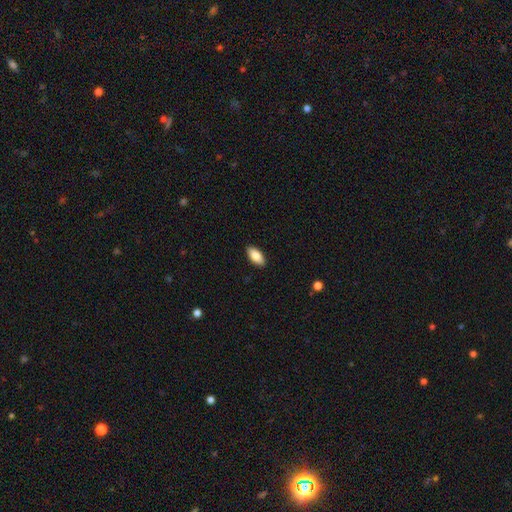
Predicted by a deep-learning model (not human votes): Smooth or featured: smooth — 83% (featured or disk — 11%)
How rounded: in between — 90% (cigar-shaped — 8%)
Merging: none — 90% (minor disturbance — 7%)